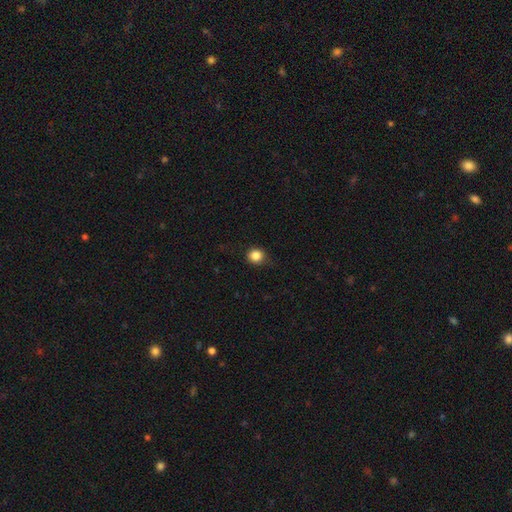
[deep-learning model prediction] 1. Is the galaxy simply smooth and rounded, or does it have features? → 85% smooth, 11% star or artifact, 4% featured or disk.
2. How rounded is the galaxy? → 87% round, 12% in between, 1% cigar-shaped.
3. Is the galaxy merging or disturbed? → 82% none, 14% minor disturbance, 3% major disturbance, 1% merger.